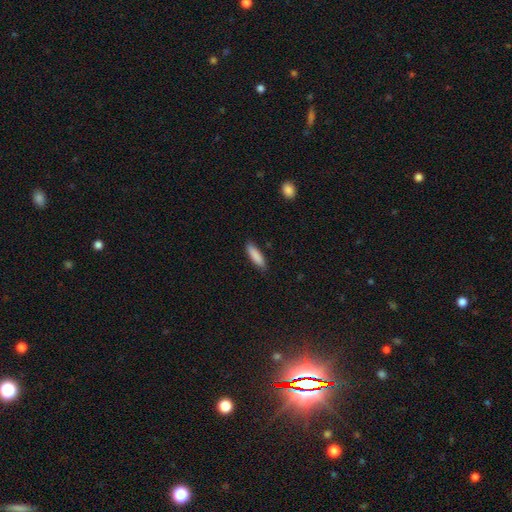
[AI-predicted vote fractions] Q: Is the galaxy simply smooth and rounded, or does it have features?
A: smooth — 87%.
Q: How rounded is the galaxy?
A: cigar-shaped — 67%.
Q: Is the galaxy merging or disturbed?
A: none — 86%.